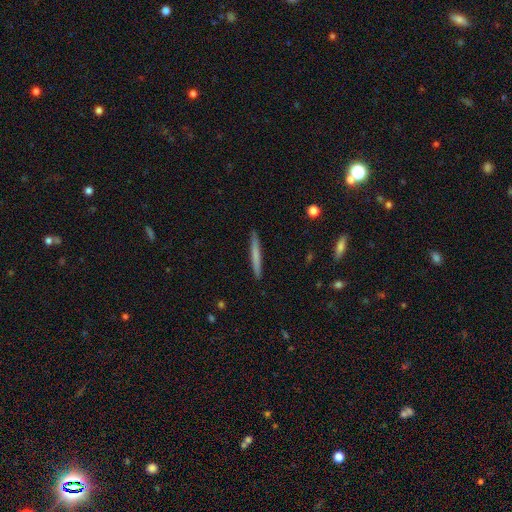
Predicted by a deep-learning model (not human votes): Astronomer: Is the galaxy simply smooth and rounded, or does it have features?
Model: smooth — 66%.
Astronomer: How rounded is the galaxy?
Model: cigar-shaped — 97%.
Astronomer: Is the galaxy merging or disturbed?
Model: none — 91%.